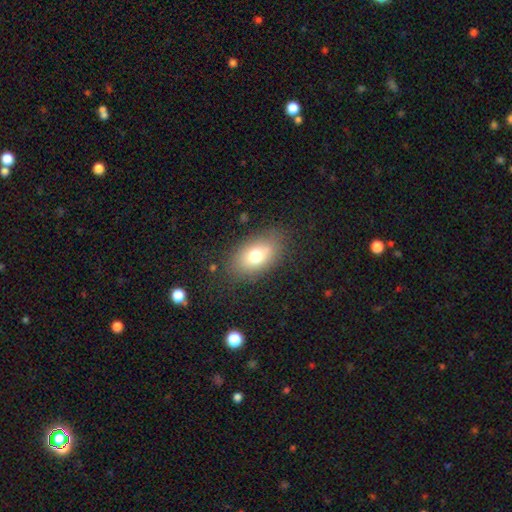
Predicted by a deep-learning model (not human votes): Morphology: type=smooth (73%); roundness=in between (87%); merging=none (79%).